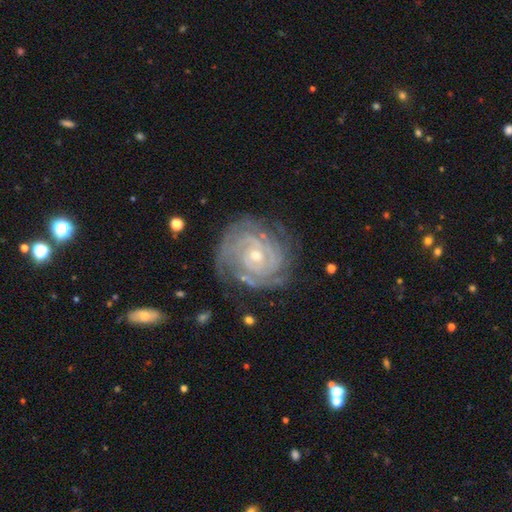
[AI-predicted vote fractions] Q: Smooth or featured?
A: featured or disk (91%); runner-up: star or artifact (5%)
Q: Edge-on disk?
A: no (98%); runner-up: yes (2%)
Q: Bar?
A: no (68%); runner-up: weak (24%)
Q: Spiral arms?
A: yes (98%); runner-up: no (2%)
Q: Spiral winding?
A: tight (84%); runner-up: medium (14%)
Q: Spiral arm count?
A: 2 (24%); tied with: can't tell (24%)
Q: Bulge size?
A: small (55%); runner-up: moderate (43%)
Q: Merging?
A: none (75%); runner-up: minor disturbance (16%)